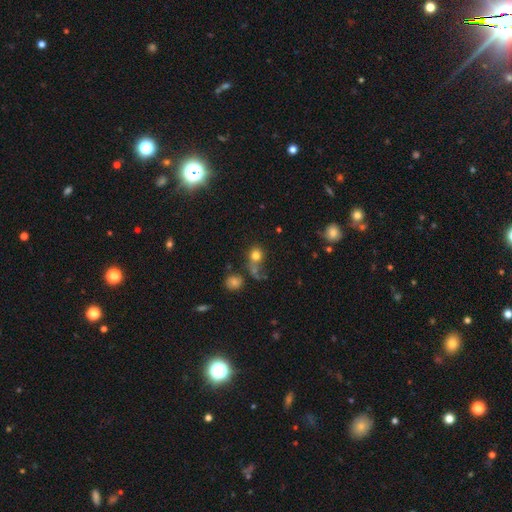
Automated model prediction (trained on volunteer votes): smooth 76%, star or artifact 14%, featured or disk 11%. Down the decision tree: how rounded — round (73%); merging — none (44%).